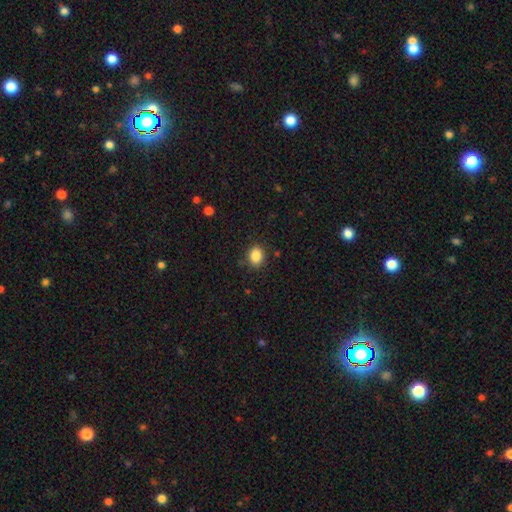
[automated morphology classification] The model was most divided on "how rounded": in between: 51%, round: 48%, cigar-shaped: 1%. More confident: smooth or featured — smooth (86%); merging — none (85%).